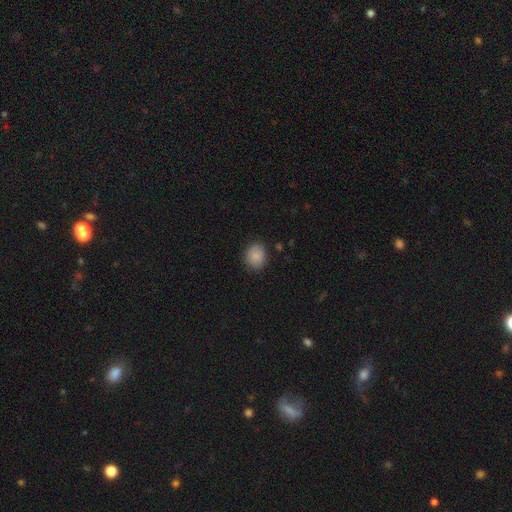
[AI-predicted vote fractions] Overall: smooth (87%). How rounded: round (62%; in between 37%). Merging: none (87%).